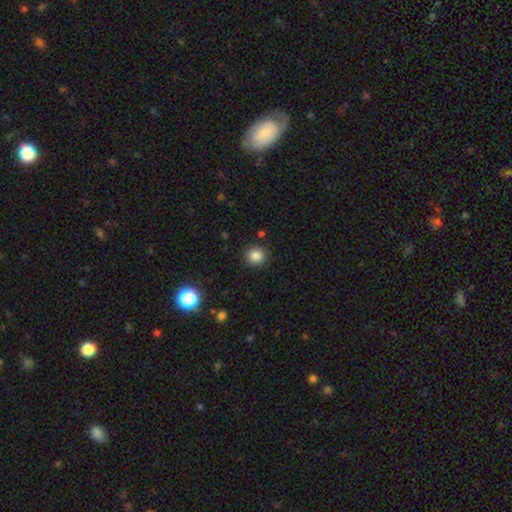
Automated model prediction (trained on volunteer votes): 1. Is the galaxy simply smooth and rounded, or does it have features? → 83% smooth, 11% star or artifact, 5% featured or disk.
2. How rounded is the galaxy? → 91% round, 8% in between, 1% cigar-shaped.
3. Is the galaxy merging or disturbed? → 89% none, 7% minor disturbance, 2% major disturbance, 2% merger.